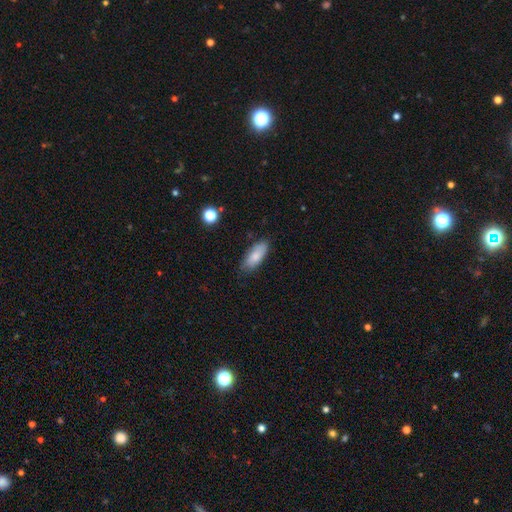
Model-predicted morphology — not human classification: Smooth or featured: smooth — 82% (featured or disk — 11%)
How rounded: in between — 81% (cigar-shaped — 17%)
Merging: none — 77% (minor disturbance — 18%)